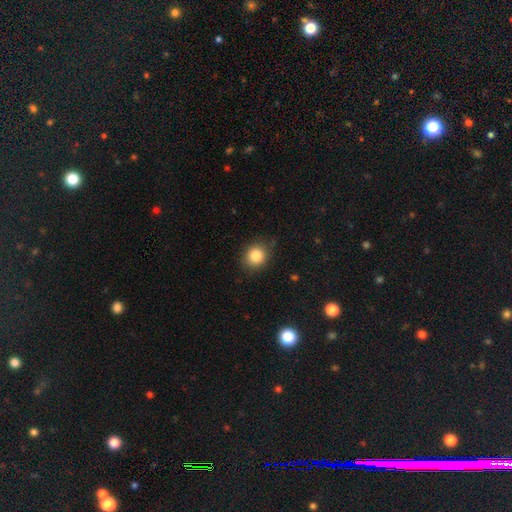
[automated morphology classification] type=smooth (86%); roundness=round (74%); merging=none (82%).